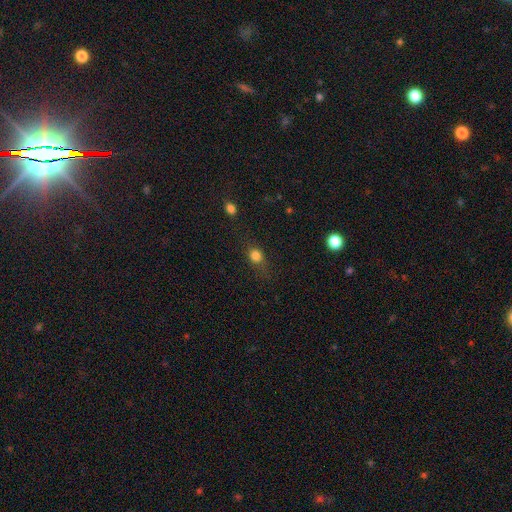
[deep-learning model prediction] A smooth galaxy with no disk features (78%) that is round (62%).

Vote fractions:
- Smooth or featured? smooth: 78% / star or artifact: 13% / featured or disk: 9%
- How rounded? round: 62% / in between: 35% / cigar-shaped: 3%
- Merging? none: 69% / minor disturbance: 20% / major disturbance: 9% / merger: 2%